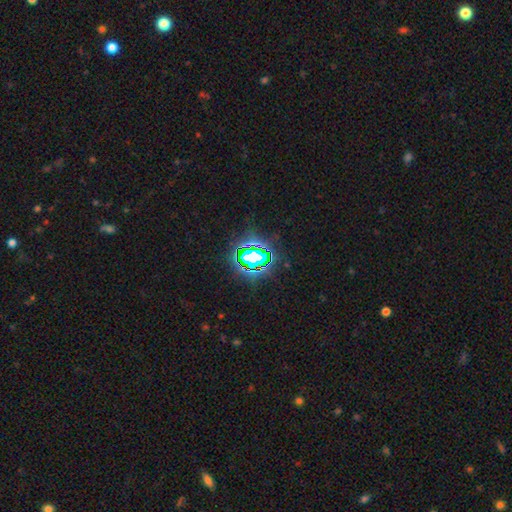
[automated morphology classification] Smooth or featured: star or artifact — 81% (smooth — 12%)